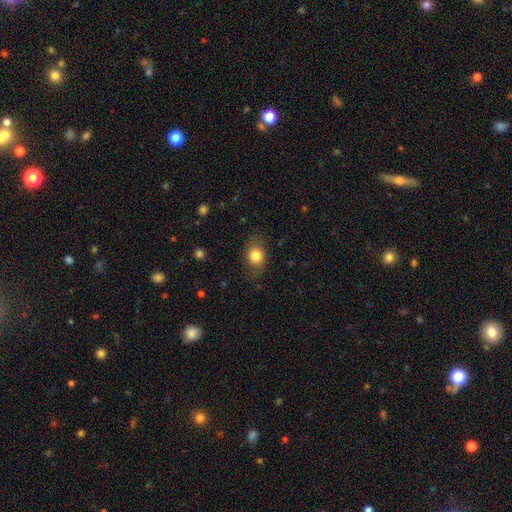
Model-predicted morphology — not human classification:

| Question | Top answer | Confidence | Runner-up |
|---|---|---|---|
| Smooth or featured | smooth | 81% | featured or disk (10%) |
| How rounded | round | 50% | in between (49%) |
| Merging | none | 76% | minor disturbance (17%) |